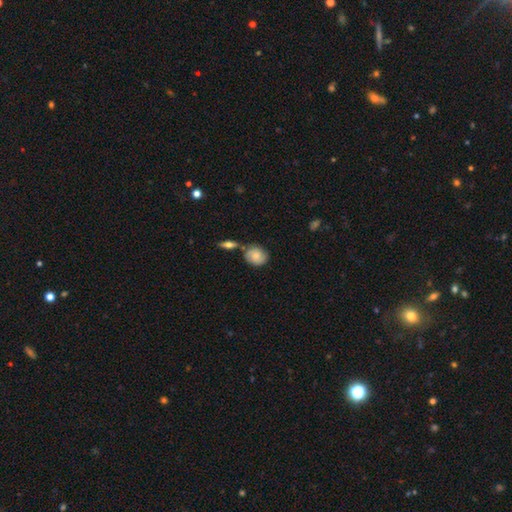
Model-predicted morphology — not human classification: Smooth or featured?
  - smooth: 65% *
  - featured or disk: 27%
  - star or artifact: 8%
How rounded?
  - round: 56% *
  - in between: 42%
  - cigar-shaped: 2%
Merging?
  - none: 64% *
  - minor disturbance: 19%
  - merger: 13%
  - major disturbance: 5%